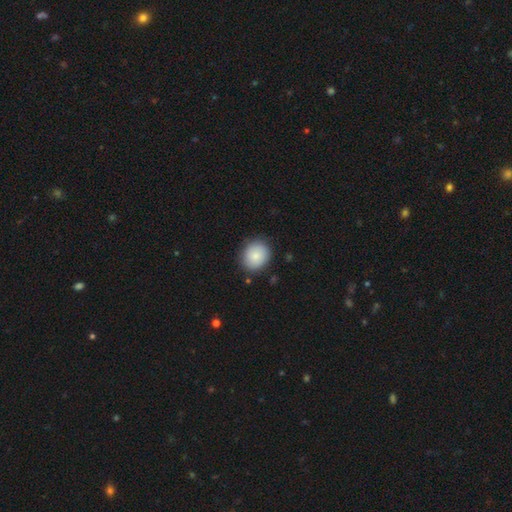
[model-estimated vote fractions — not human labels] The model was most divided on "how rounded": round: 70%, in between: 29%, cigar-shaped: 1%. More confident: merging — none (85%); smooth or featured — smooth (84%).